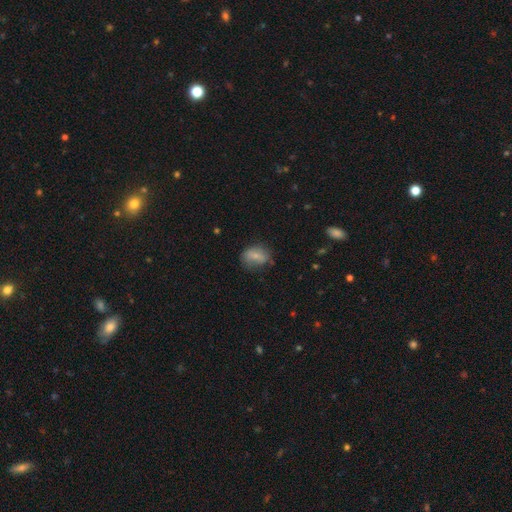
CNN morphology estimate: Smooth or featured: smooth — 69% (featured or disk — 22%)
How rounded: in between — 67% (round — 32%)
Merging: none — 59% (minor disturbance — 28%)